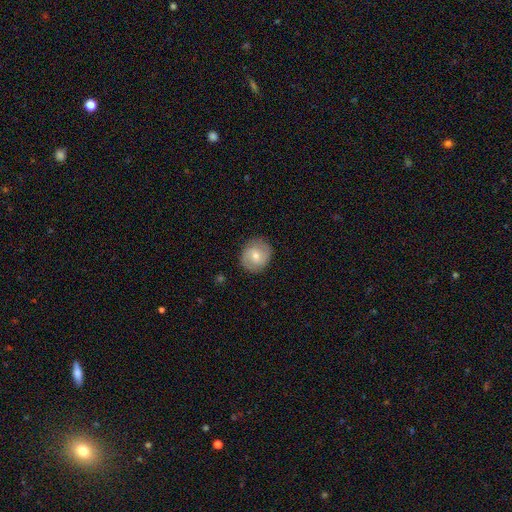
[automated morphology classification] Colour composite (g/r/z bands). It shows a featured or disk galaxy (49%). Merging: none (86%).